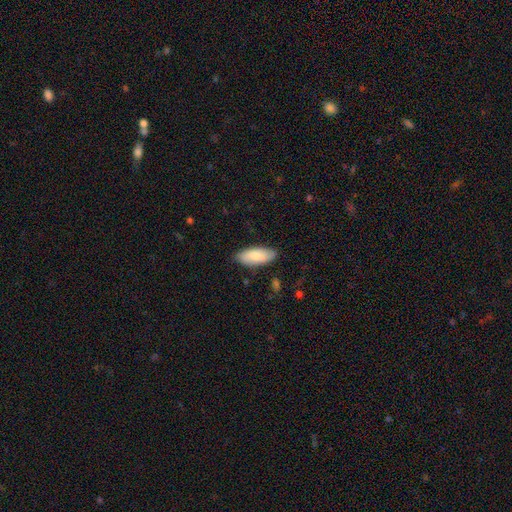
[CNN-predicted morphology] Smooth or featured?
  - smooth: 83% *
  - featured or disk: 12%
  - star or artifact: 6%
How rounded?
  - in between: 83% *
  - cigar-shaped: 15%
  - round: 2%
Merging?
  - none: 84% *
  - minor disturbance: 13%
  - major disturbance: 2%
  - merger: 1%